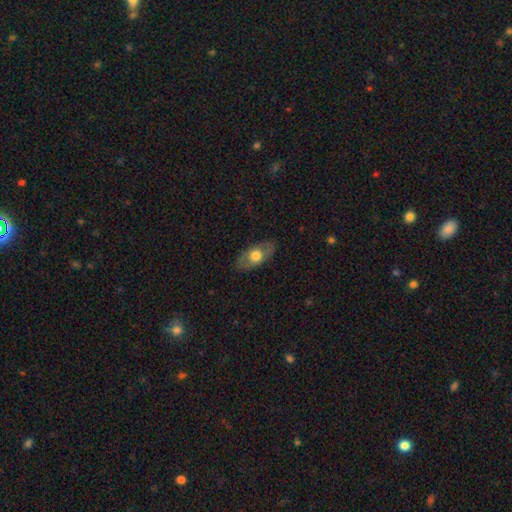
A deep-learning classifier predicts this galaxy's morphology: Smooth or featured? smooth (57%)
How rounded? in between (86%)
Merging? none (83%)